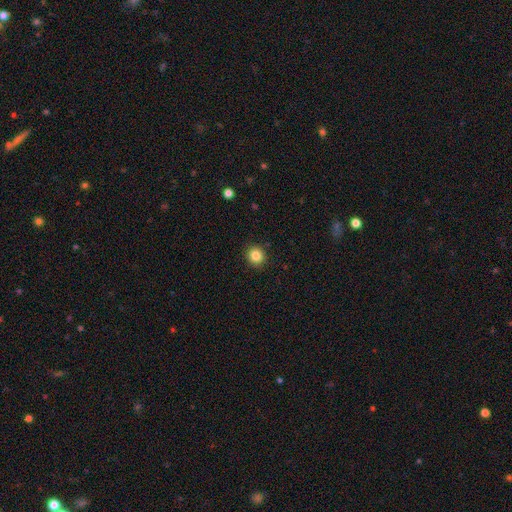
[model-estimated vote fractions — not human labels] The model was most divided on "smooth or featured": smooth: 85%, star or artifact: 11%, featured or disk: 5%. More confident: merging — none (91%); how rounded — round (88%).